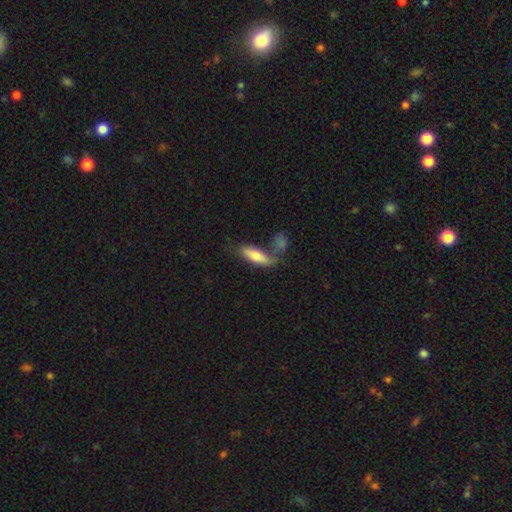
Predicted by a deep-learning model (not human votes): This is likely a smooth galaxy (69%). How rounded: possibly in between (57%). Merging: possibly none (47%).